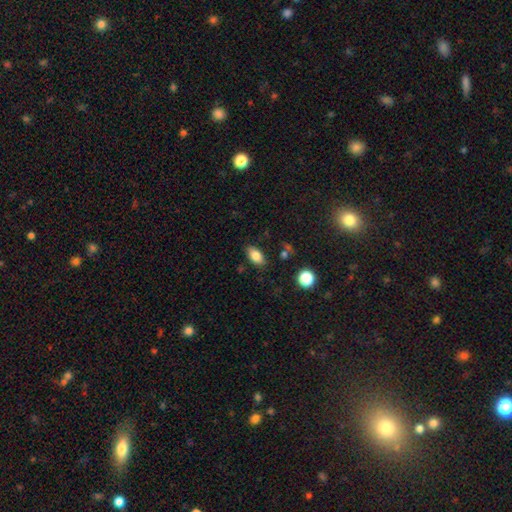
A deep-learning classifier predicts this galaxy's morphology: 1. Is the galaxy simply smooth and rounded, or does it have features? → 81% smooth, 10% featured or disk, 9% star or artifact.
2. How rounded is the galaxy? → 89% in between, 6% round, 5% cigar-shaped.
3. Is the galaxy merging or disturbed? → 83% none, 12% minor disturbance, 3% major disturbance, 2% merger.